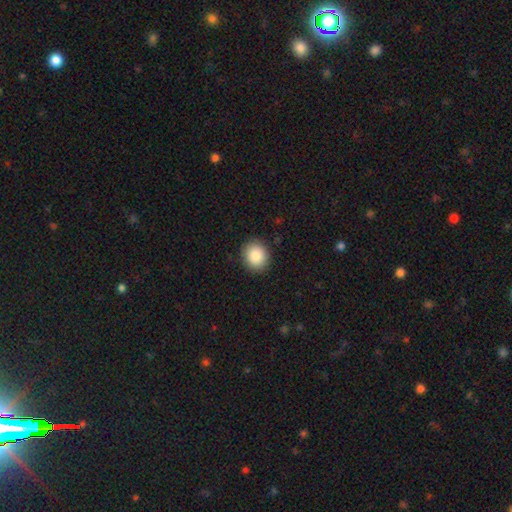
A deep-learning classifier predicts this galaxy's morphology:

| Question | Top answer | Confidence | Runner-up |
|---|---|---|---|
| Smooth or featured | smooth | 87% | star or artifact (8%) |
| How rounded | round | 76% | in between (23%) |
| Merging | none | 90% | minor disturbance (7%) |